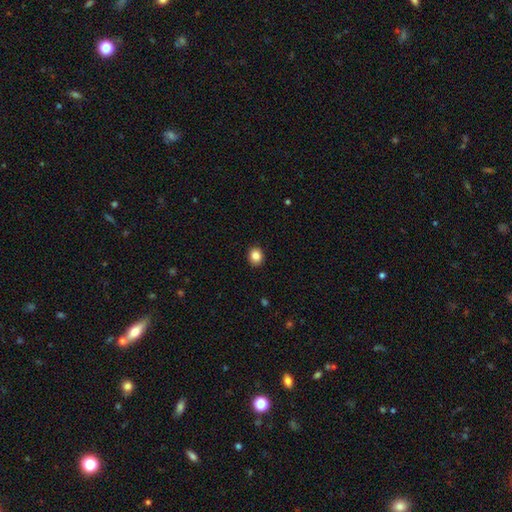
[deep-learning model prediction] smooth-or-featured: smooth: 85% | star or artifact: 10% | featured or disk: 5%
  how-rounded: round: 70% | in between: 29% | cigar-shaped: 1%
  merging: none: 91% | minor disturbance: 7% | major disturbance: 2% | merger: 1%